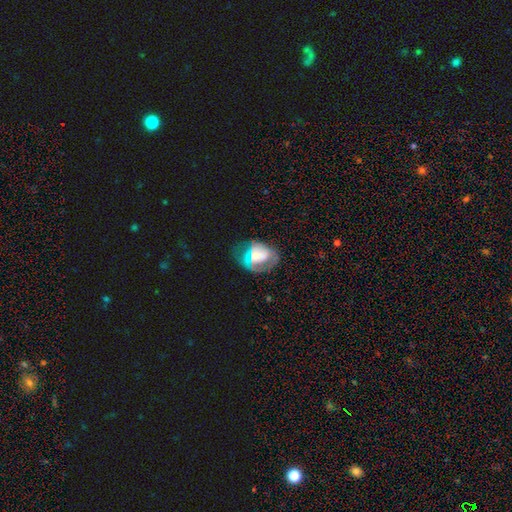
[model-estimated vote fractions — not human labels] A featured or disk galaxy (49%). Merging: none (44%).